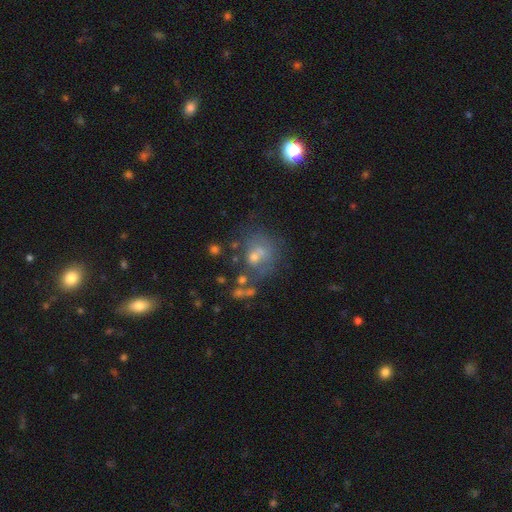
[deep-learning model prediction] A smooth galaxy with no disk features (45%). Merging: none (43%).